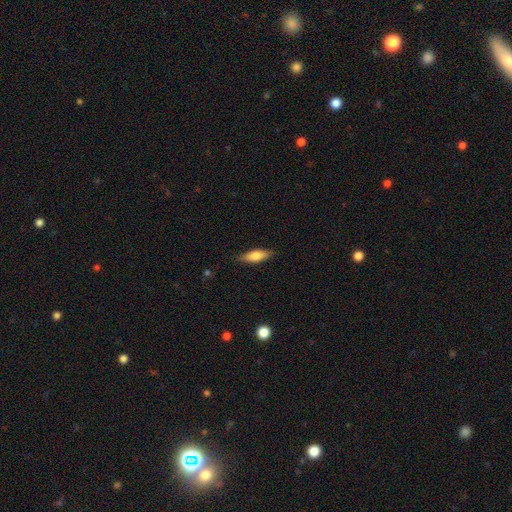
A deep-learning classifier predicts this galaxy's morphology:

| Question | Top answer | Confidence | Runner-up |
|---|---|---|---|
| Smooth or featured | smooth | 70% | featured or disk (24%) |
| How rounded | in between | 55% | cigar-shaped (43%) |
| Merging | none | 85% | minor disturbance (12%) |